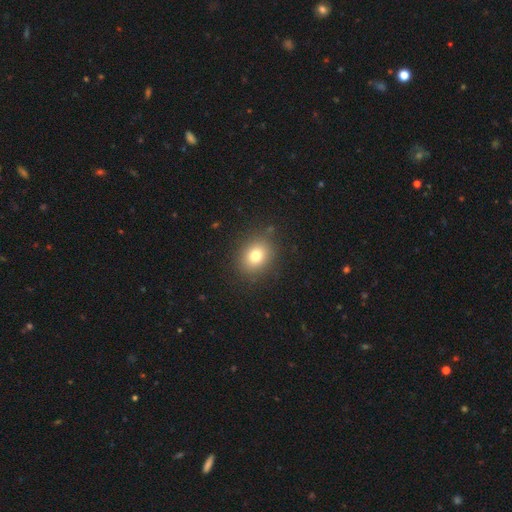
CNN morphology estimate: smooth 77%, star or artifact 13%, featured or disk 10%. Down the decision tree: how rounded — round (59%); merging — none (87%).